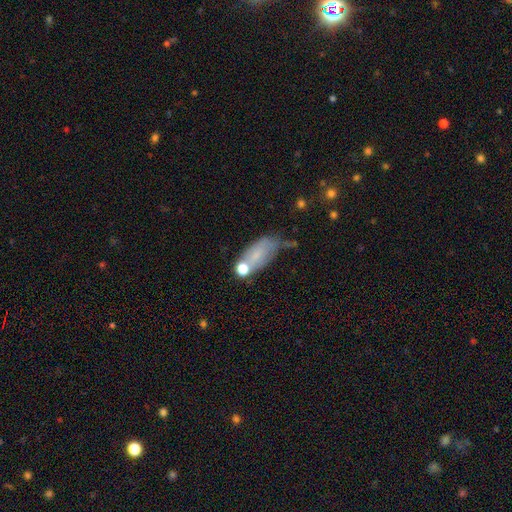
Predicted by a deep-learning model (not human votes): A smooth galaxy with no disk features (57%) that is in between round and cigar-shaped (83%).

Vote fractions:
- Smooth or featured? smooth: 57% / featured or disk: 26% / star or artifact: 17%
- How rounded? in between: 83% / cigar-shaped: 9% / round: 8%
- Merging? none: 35% / minor disturbance: 28% / major disturbance: 21% / merger: 16%